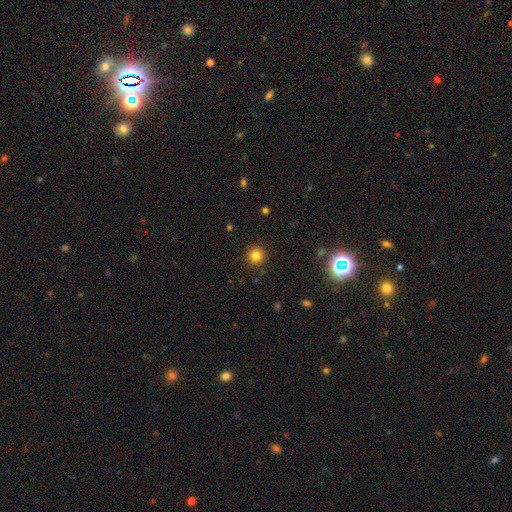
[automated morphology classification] The model was most divided on "smooth or featured": smooth: 81%, star or artifact: 13%, featured or disk: 6%. More confident: how rounded — round (94%); merging — none (90%).